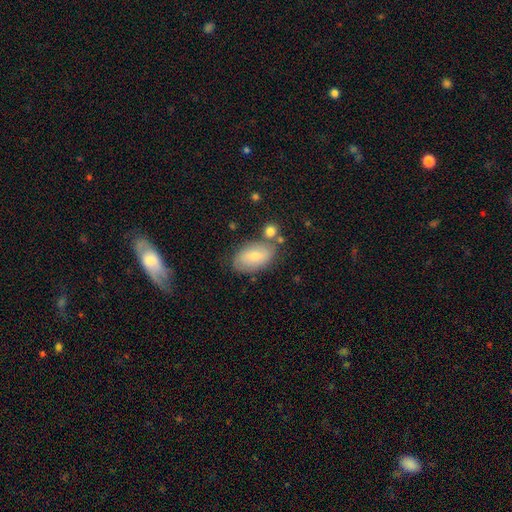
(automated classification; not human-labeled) This is likely a smooth galaxy (70%). How rounded: clearly in between (93%). Merging: likely none (68%).